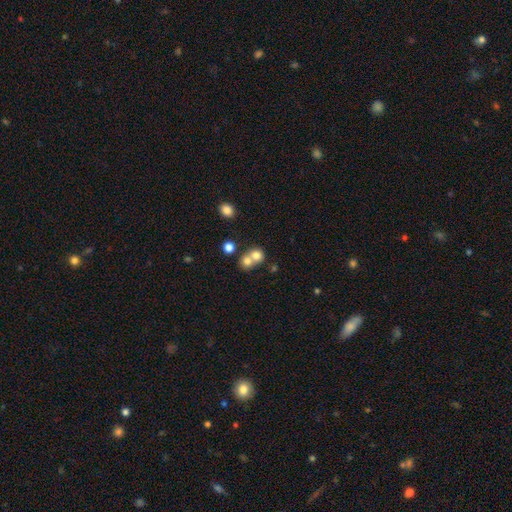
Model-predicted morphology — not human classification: A smooth galaxy with no disk features (75%) that is round (78%). Merging: merger (60%).